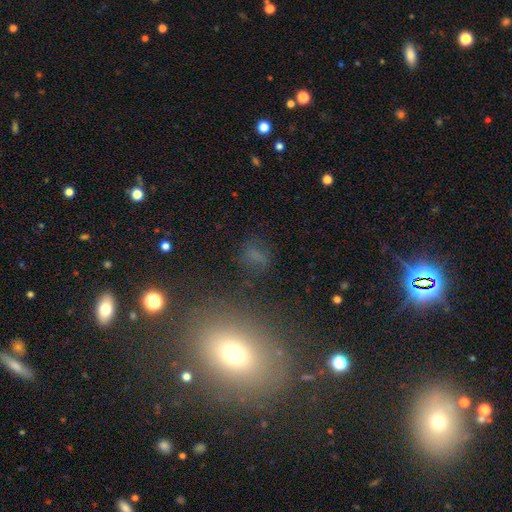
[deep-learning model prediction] Overall: smooth (52%; star or artifact 33%). How rounded: in between (54%; round 38%). Merging: none (70%).